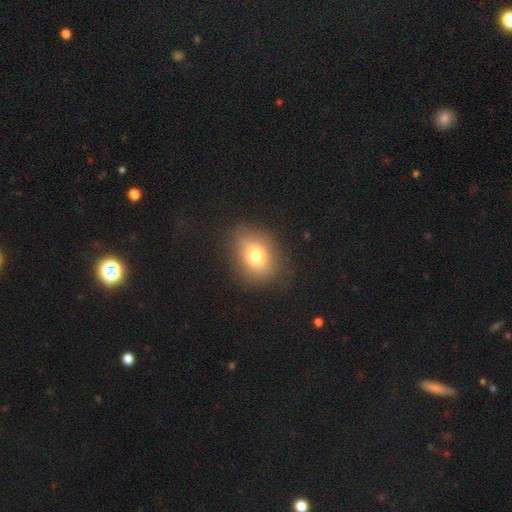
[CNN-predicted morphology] Smooth or featured?
  - smooth: 74% *
  - featured or disk: 14%
  - star or artifact: 12%
How rounded?
  - in between: 55% *
  - round: 44%
  - cigar-shaped: 2%
Merging?
  - none: 81% *
  - minor disturbance: 13%
  - major disturbance: 5%
  - merger: 1%